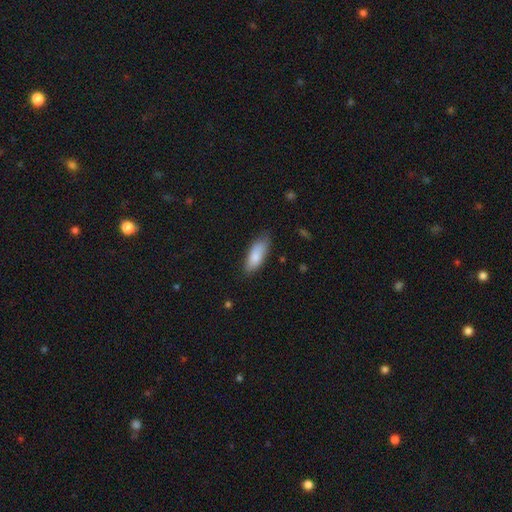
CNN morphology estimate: A smooth galaxy with no disk features (84%) that is in between round and cigar-shaped (74%).

Vote fractions:
- Smooth or featured? smooth: 84% / featured or disk: 10% / star or artifact: 6%
- How rounded? in between: 74% / cigar-shaped: 24% / round: 2%
- Merging? none: 75% / minor disturbance: 20% / major disturbance: 4% / merger: 1%